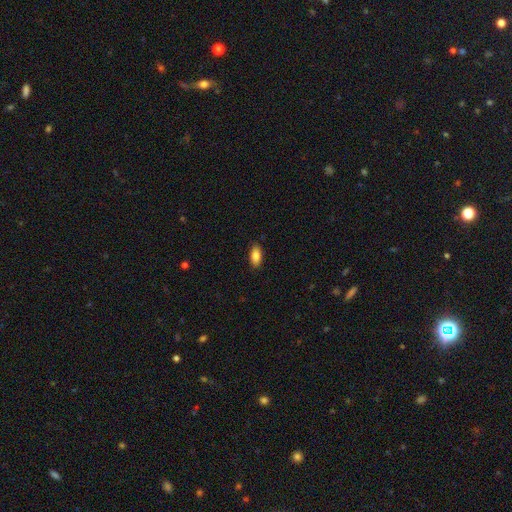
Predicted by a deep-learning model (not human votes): smooth-or-featured: smooth: 86% | star or artifact: 7% | featured or disk: 7%
  how-rounded: in between: 90% | cigar-shaped: 7% | round: 3%
  merging: none: 88% | minor disturbance: 9% | major disturbance: 2% | merger: 1%